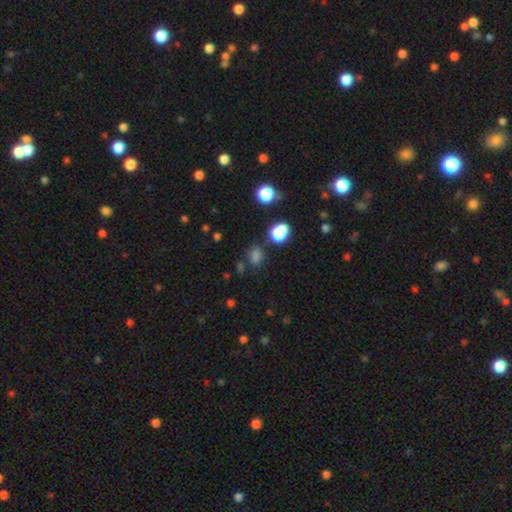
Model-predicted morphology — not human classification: The model was most divided on "how rounded": round: 56%, in between: 43%, cigar-shaped: 1%. More confident: merging — none (73%); smooth or featured — smooth (70%).